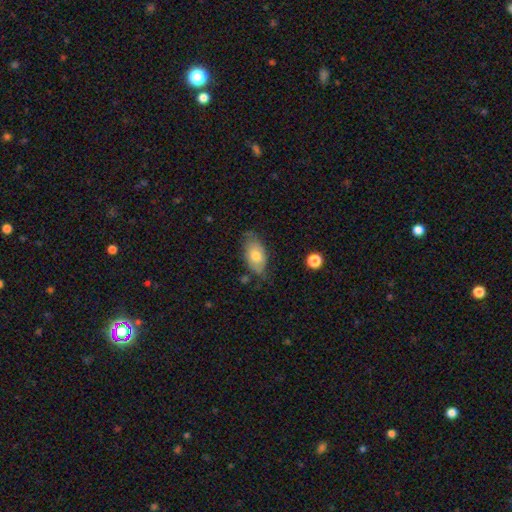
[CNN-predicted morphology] Q: Smooth or featured?
A: smooth (70%); runner-up: featured or disk (24%)
Q: How rounded?
A: in between (92%); runner-up: round (5%)
Q: Merging?
A: none (61%); runner-up: minor disturbance (29%)